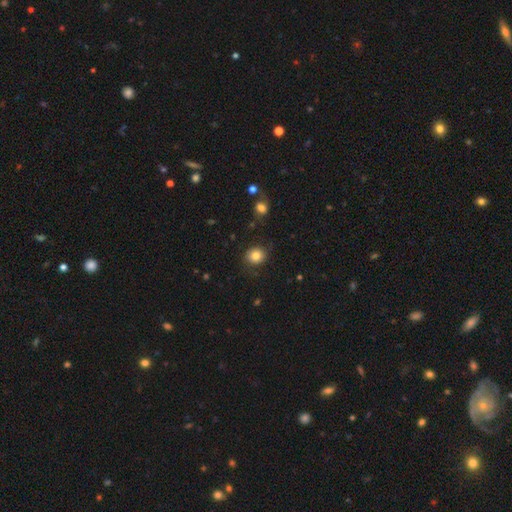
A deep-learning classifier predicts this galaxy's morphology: type=smooth (82%); roundness=round (77%); merging=none (84%).